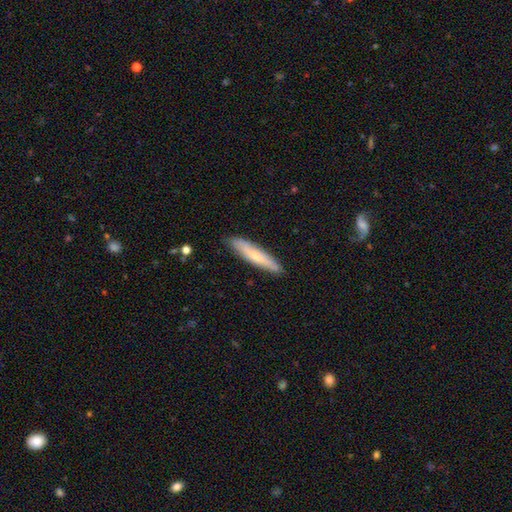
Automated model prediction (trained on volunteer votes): smooth 61%, featured or disk 34%, star or artifact 6%. Down the decision tree: how rounded — cigar-shaped (87%); merging — none (87%).